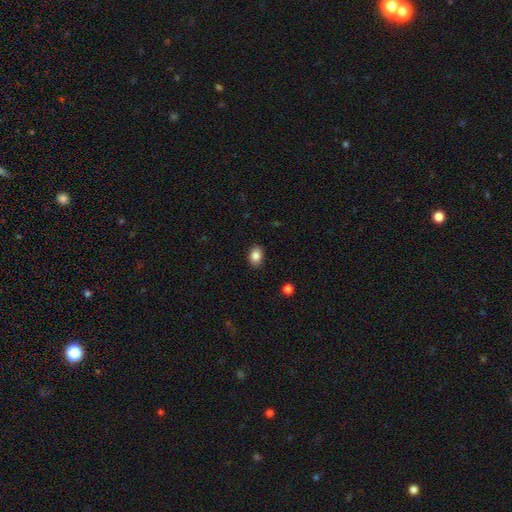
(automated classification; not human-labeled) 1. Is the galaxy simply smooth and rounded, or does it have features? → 85% smooth, 9% star or artifact, 6% featured or disk.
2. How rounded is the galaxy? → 72% in between, 27% round, 1% cigar-shaped.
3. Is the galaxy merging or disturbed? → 88% none, 9% minor disturbance, 2% major disturbance, 1% merger.